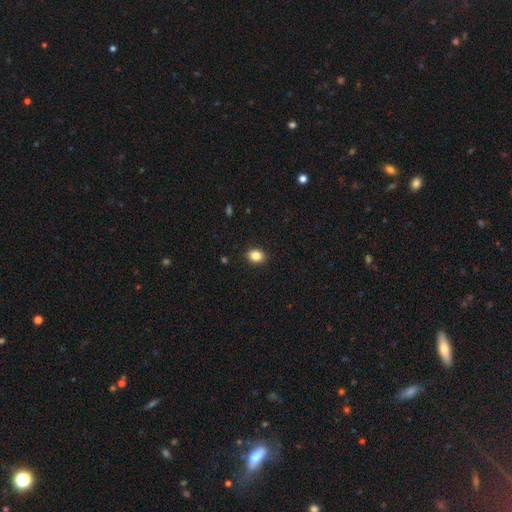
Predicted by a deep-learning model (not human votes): Smooth or featured: smooth — 84% (star or artifact — 10%)
How rounded: in between — 54% (round — 45%)
Merging: none — 91% (minor disturbance — 6%)